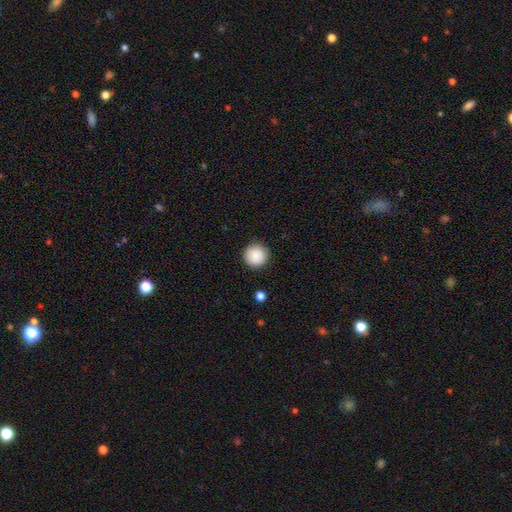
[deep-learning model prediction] Smooth or featured? smooth (88%)
How rounded? round (96%)
Merging? none (92%)